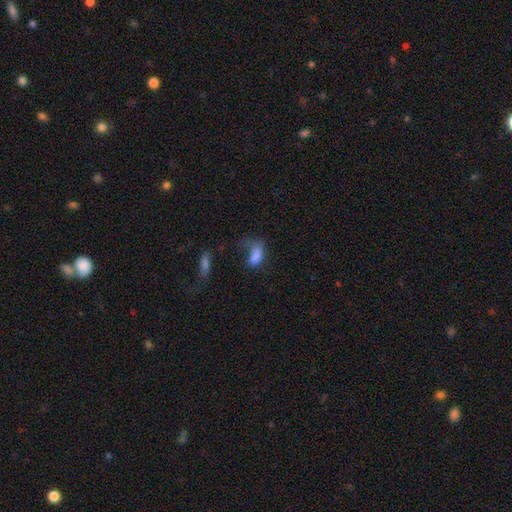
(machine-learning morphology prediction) Smooth or featured? Predicted: smooth (p=0.75). How rounded? Predicted: in between (p=0.87). Merging? Predicted: major disturbance (p=0.44).